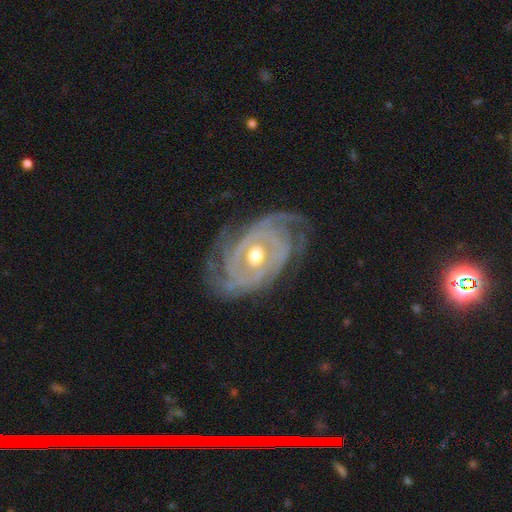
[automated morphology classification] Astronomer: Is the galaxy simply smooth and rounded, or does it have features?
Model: featured or disk — 89%.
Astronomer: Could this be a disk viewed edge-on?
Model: no — 96%.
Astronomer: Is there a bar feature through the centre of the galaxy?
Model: no — 71%.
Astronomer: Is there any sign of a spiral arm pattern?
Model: yes — 92%.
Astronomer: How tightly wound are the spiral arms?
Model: tight — 68%.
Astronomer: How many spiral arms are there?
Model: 2 — 30% (runner-up: can't tell, 26%).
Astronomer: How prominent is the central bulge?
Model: moderate — 76%.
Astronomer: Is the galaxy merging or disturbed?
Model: none — 69%.